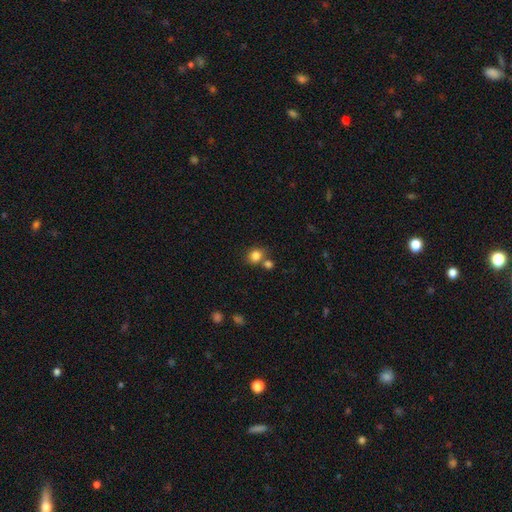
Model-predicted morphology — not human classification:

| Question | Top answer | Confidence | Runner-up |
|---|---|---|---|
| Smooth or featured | smooth | 83% | star or artifact (11%) |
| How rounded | round | 68% | in between (31%) |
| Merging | none | 59% | merger (25%) |